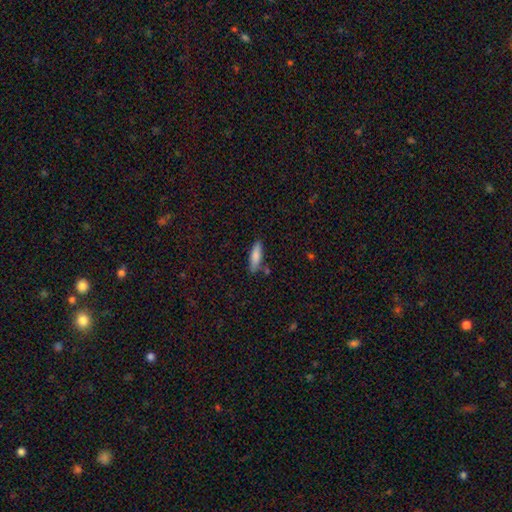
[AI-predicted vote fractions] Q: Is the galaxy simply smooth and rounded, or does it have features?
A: smooth — 80%.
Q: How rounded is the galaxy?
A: cigar-shaped — 60%.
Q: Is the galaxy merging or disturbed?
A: none — 79%.